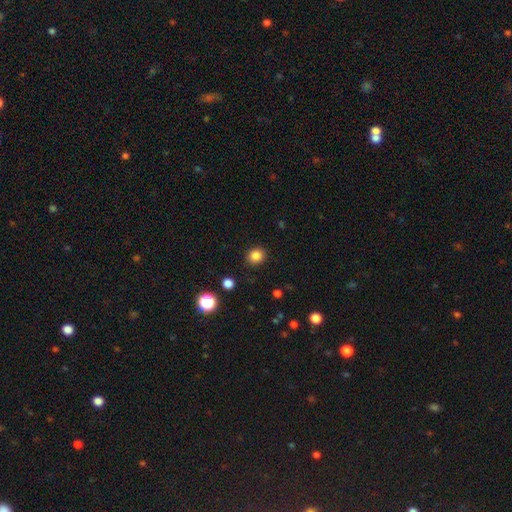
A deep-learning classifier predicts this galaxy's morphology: smooth_or_featured: smooth (p=0.85) [alt: star or artifact p=0.12]
how_rounded: round (p=0.74) [alt: in between p=0.25]
merging: none (p=0.89) [alt: minor disturbance p=0.07]